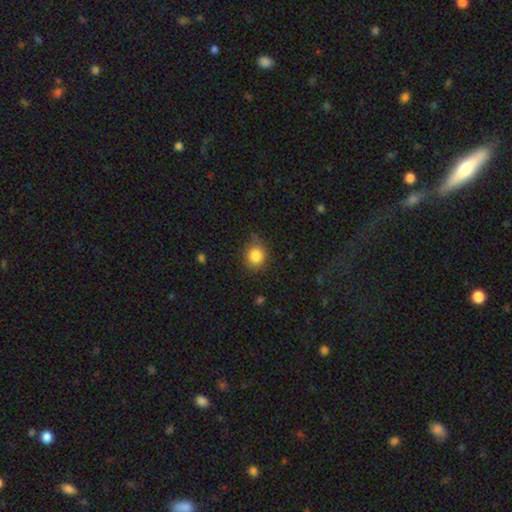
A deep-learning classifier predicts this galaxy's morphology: smooth-or-featured: smooth: 85% | star or artifact: 10% | featured or disk: 5%
  how-rounded: round: 79% | in between: 20% | cigar-shaped: 1%
  merging: none: 76% | minor disturbance: 18% | major disturbance: 4% | merger: 2%